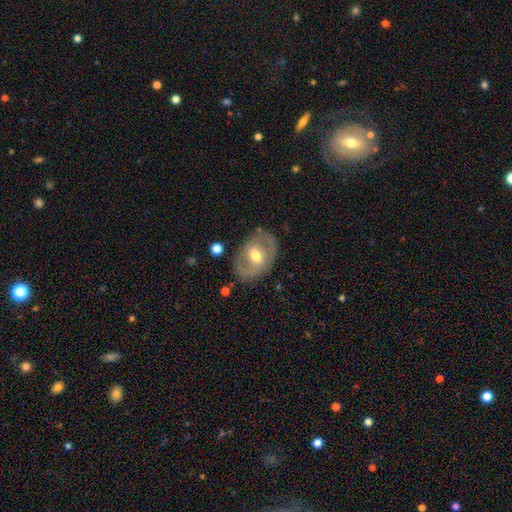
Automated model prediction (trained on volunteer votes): Overall: featured or disk (57%; smooth 36%). Edge-on disk: no (92%). Bar: weak (42%; no 40%). Spiral arms: no (58%; yes 42%). Bulge size: moderate (71%). Merging: none (78%).